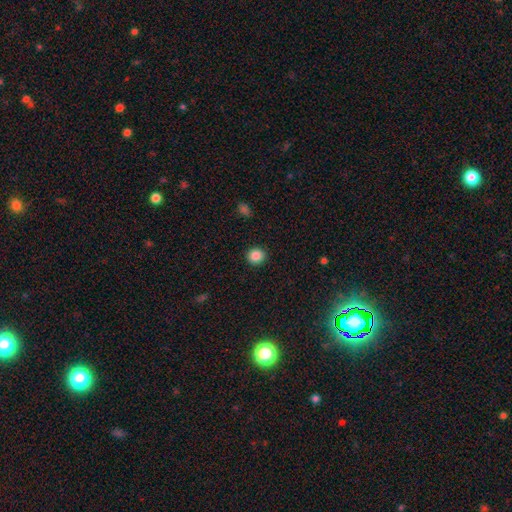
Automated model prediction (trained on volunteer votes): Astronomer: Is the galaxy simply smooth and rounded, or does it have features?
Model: smooth — 87%.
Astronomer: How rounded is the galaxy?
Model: round — 90%.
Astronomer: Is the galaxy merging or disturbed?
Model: none — 92%.